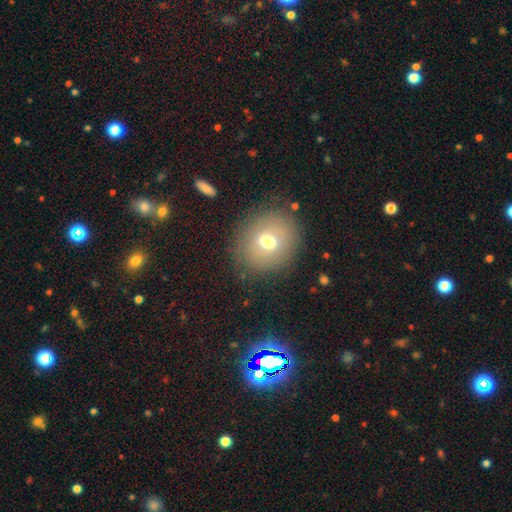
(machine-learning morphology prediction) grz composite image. It shows a smooth galaxy with no disk features (63%) that is round (81%). Merging: none (86%).